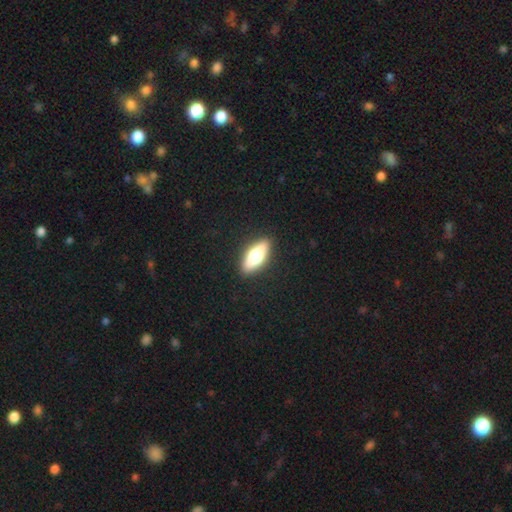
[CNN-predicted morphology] A smooth galaxy with no disk features (64%) that is in between round and cigar-shaped (66%).

Vote fractions:
- Smooth or featured? smooth: 64% / featured or disk: 30% / star or artifact: 7%
- How rounded? in between: 66% / cigar-shaped: 31% / round: 3%
- Merging? none: 89% / minor disturbance: 8% / major disturbance: 2% / merger: 1%